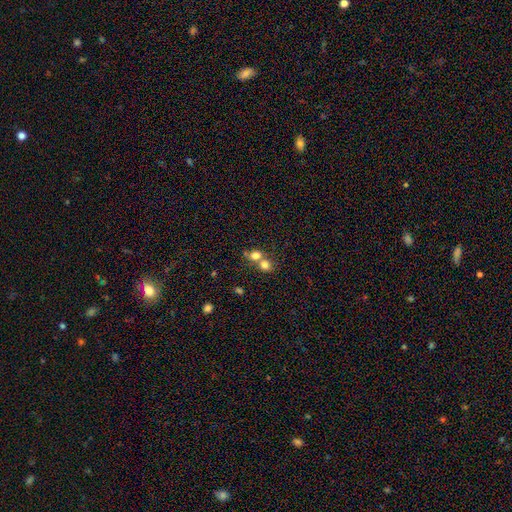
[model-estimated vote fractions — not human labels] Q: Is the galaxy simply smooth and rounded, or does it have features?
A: smooth — 77%.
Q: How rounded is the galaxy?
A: round — 68%.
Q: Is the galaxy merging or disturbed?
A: merger — 61%.